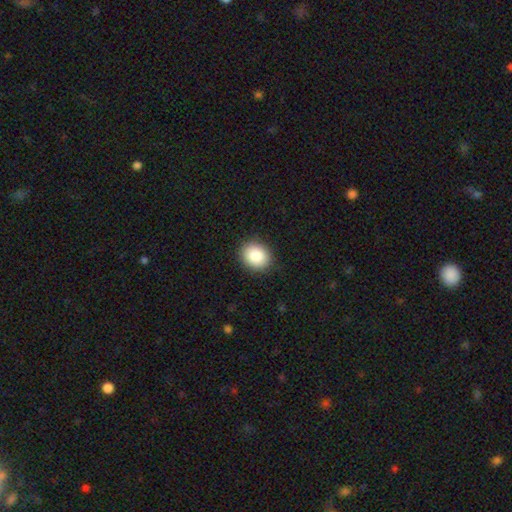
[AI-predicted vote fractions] Overall: smooth (86%). How rounded: round (65%; in between 35%). Merging: none (90%).